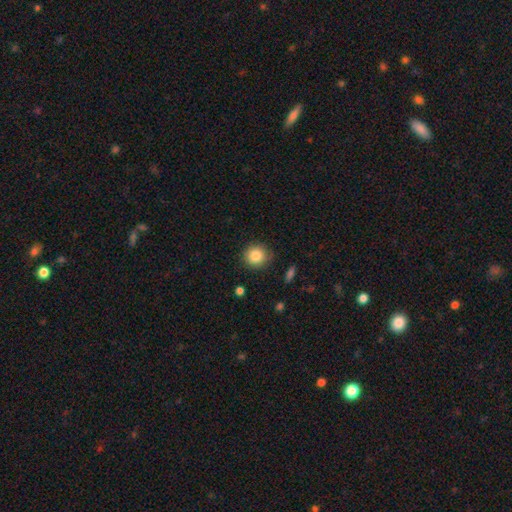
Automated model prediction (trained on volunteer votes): Overall: smooth (84%). How rounded: round (89%). Merging: none (85%).